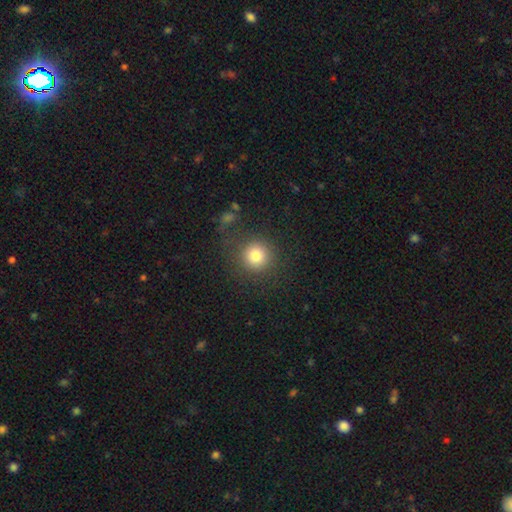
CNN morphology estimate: Overall: smooth (80%). How rounded: round (93%). Merging: none (81%).